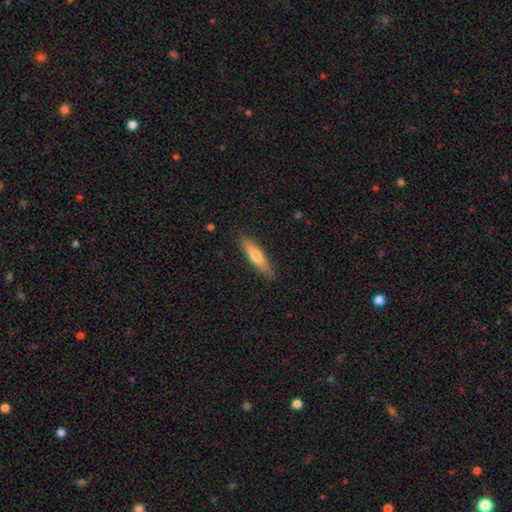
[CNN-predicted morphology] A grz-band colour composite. It shows a smooth galaxy with no disk features (62%) that is cigar-shaped (74%). Merging: none (86%).